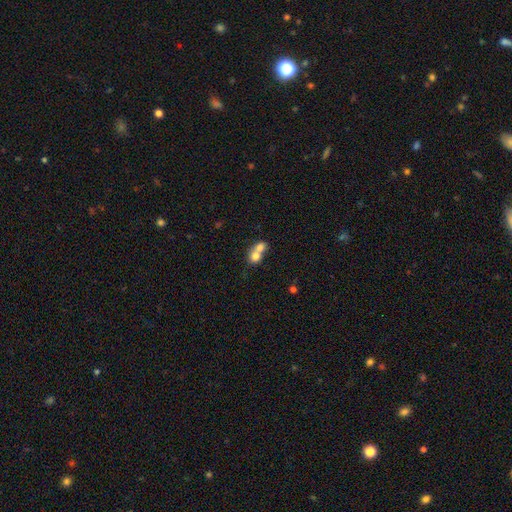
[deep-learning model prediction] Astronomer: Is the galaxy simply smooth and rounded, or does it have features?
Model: smooth — 72%.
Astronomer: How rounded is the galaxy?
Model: round — 66%.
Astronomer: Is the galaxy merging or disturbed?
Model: merger — 71%.